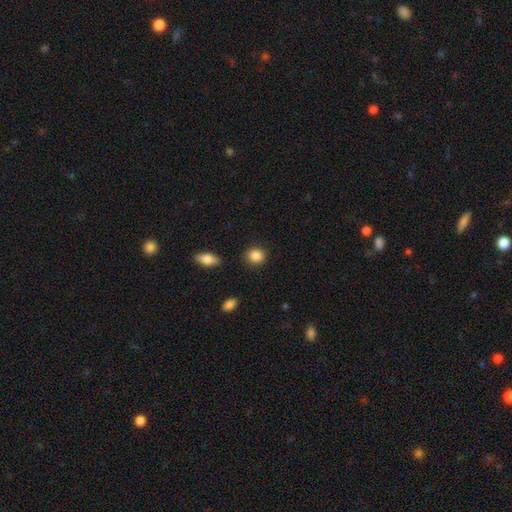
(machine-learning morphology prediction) A smooth galaxy with no disk features (87%) that is round (73%).

Vote fractions:
- Smooth or featured? smooth: 87% / star or artifact: 8% / featured or disk: 5%
- How rounded? round: 73% / in between: 26% / cigar-shaped: 1%
- Merging? none: 87% / minor disturbance: 8% / major disturbance: 2% / merger: 2%